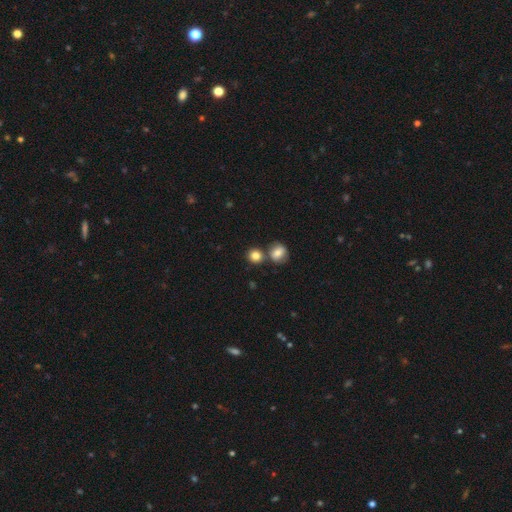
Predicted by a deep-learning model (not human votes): Smooth or featured? Predicted: smooth (p=0.82). How rounded? Predicted: round (p=0.86). Merging? Predicted: none (p=0.63).